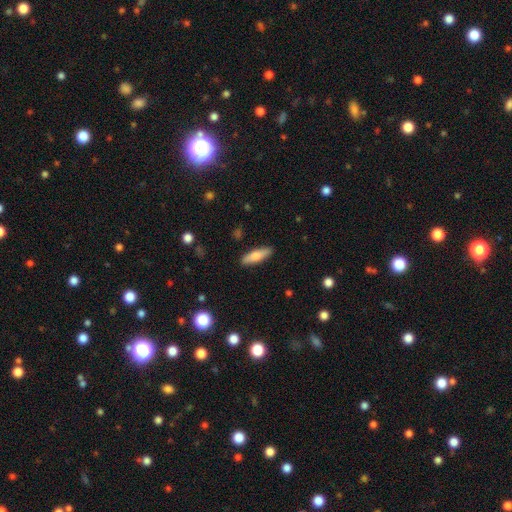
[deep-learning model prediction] Morphology: type=smooth (68%); roundness=cigar-shaped (56%); merging=none (89%).